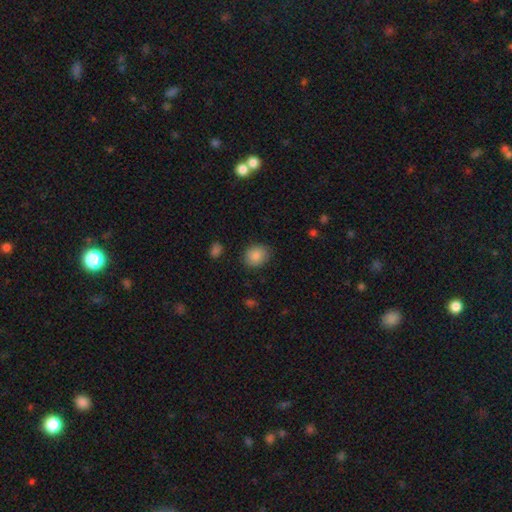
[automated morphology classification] Smooth or featured? Predicted: smooth (p=0.86). How rounded? Predicted: round (p=0.63). Merging? Predicted: none (p=0.85).